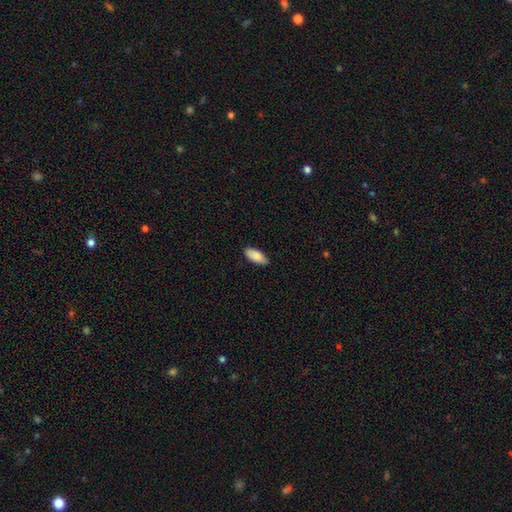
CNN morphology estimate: Smooth or featured? smooth (86%)
How rounded? in between (86%)
Merging? none (87%)